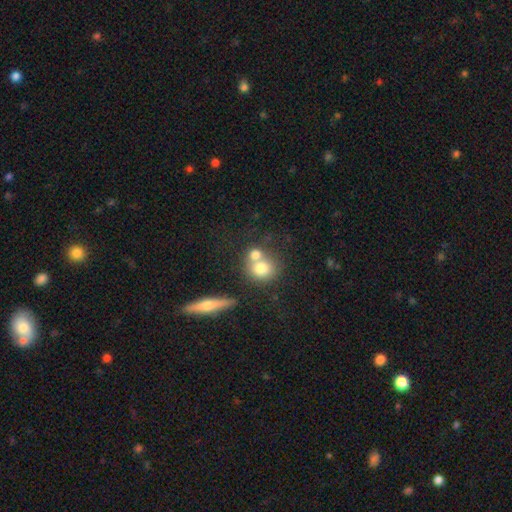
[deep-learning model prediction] A smooth galaxy with no disk features (58%) that is round (77%). Merging: none (51%).